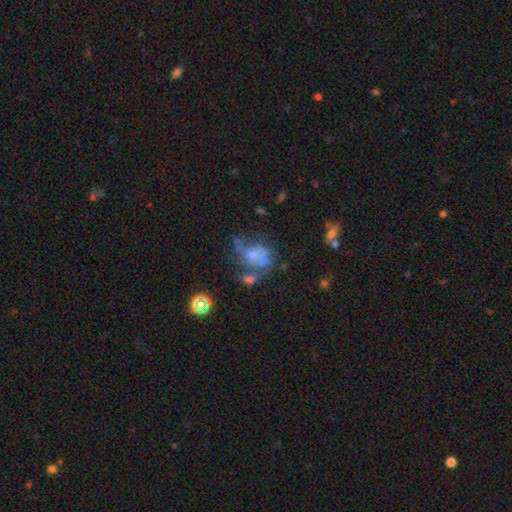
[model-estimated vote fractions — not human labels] This appears to be a featured or disk galaxy (45%). Merging: major disturbance (32%).